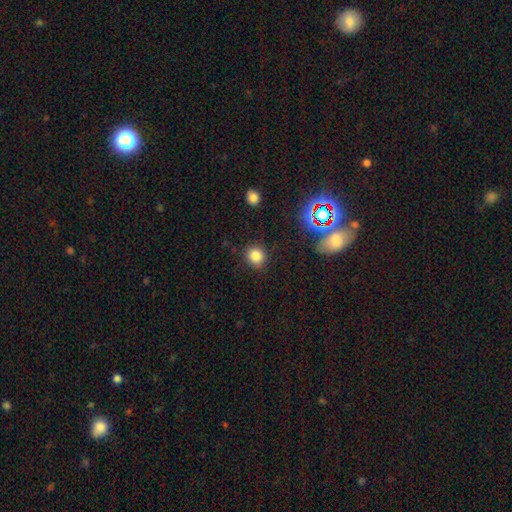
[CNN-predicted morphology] smooth-or-featured: smooth: 81% | star or artifact: 13% | featured or disk: 5%
  how-rounded: round: 83% | in between: 16% | cigar-shaped: 1%
  merging: none: 87% | minor disturbance: 9% | major disturbance: 3% | merger: 2%